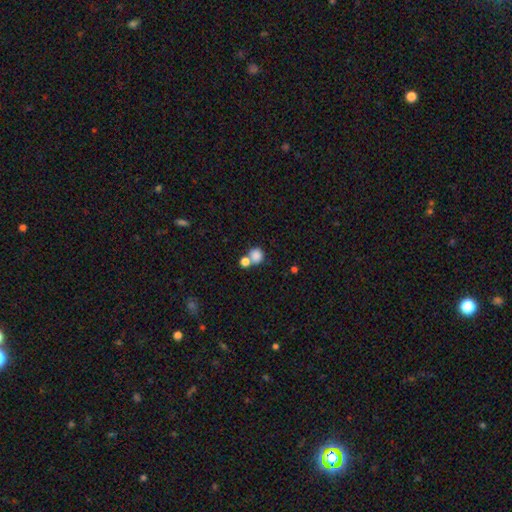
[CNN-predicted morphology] This appears to be a smooth galaxy with no disk features (84%) that is round (83%). Merging: none (47%).